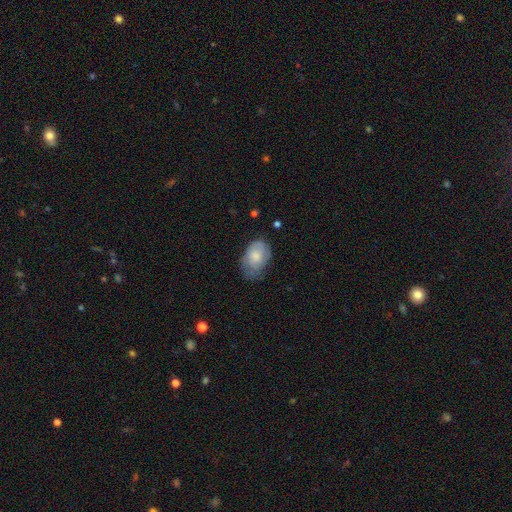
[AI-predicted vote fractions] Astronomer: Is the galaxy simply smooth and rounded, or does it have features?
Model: smooth — 70%.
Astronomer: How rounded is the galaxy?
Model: in between — 86%.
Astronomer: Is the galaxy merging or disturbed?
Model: none — 50% (runner-up: minor disturbance, 36%).